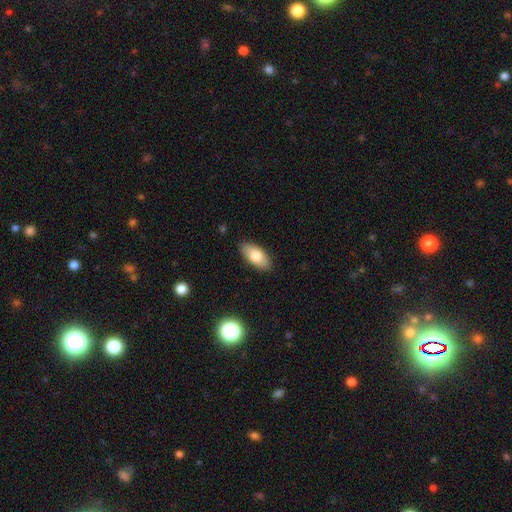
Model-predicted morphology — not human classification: smooth_or_featured: smooth (p=0.80) [alt: featured or disk p=0.14]
how_rounded: in between (p=0.90) [alt: cigar-shaped p=0.08]
merging: none (p=0.87) [alt: minor disturbance p=0.10]